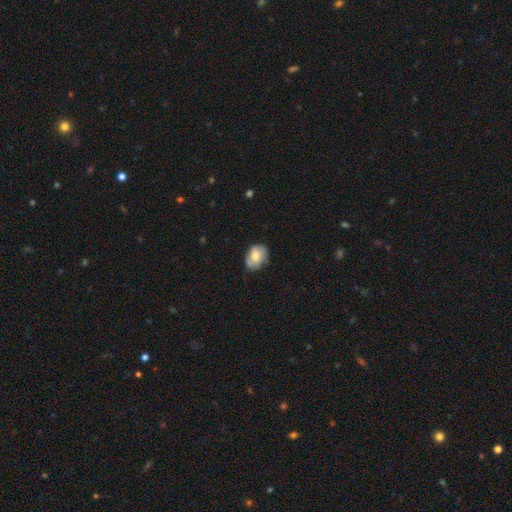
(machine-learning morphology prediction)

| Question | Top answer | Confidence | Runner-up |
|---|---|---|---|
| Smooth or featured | smooth | 68% | featured or disk (25%) |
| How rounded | in between | 64% | round (35%) |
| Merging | none | 63% | minor disturbance (28%) |